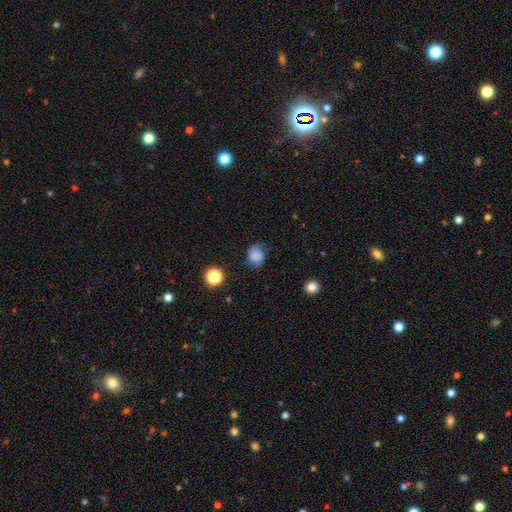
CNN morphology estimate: Smooth or featured? Predicted: smooth (p=0.74). How rounded? Predicted: round (p=0.62). Merging? Predicted: none (p=0.62).